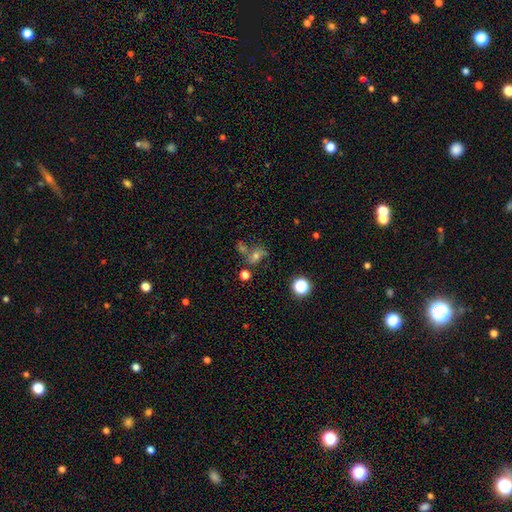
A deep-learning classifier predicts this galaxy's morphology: This appears to be a smooth galaxy with no disk features (38%). Merging: none (46%).